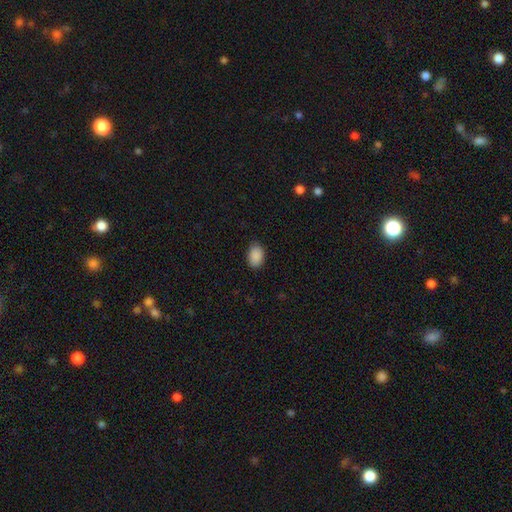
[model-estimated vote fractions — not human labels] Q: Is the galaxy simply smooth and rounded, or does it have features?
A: smooth — 90%.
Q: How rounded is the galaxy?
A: in between — 86%.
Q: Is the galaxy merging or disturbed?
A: none — 83%.